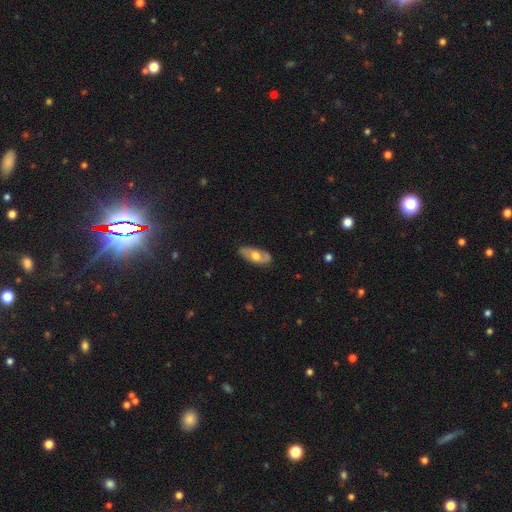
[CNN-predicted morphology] type=smooth (50%); roundness=in between (84%); merging=none (75%).